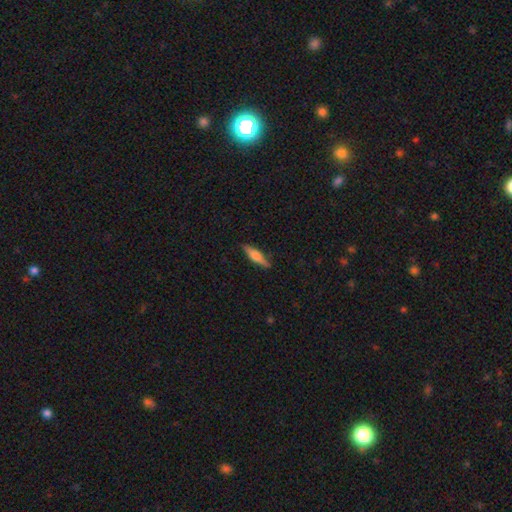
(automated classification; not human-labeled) A smooth galaxy with no disk features (47%, tied with featured or disk).

Vote fractions:
- Smooth or featured? smooth: 47% (tied) / featured or disk: 47% (tied) / star or artifact: 6%
- Merging? none: 84% / minor disturbance: 12% / major disturbance: 2% / merger: 1%